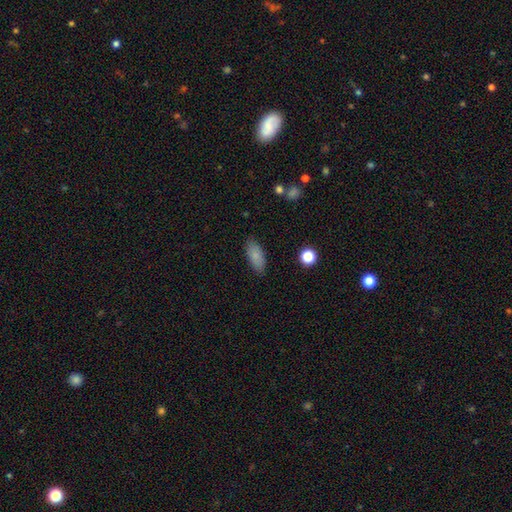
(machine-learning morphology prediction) Smooth or featured? smooth (84%)
How rounded? in between (83%)
Merging? none (85%)